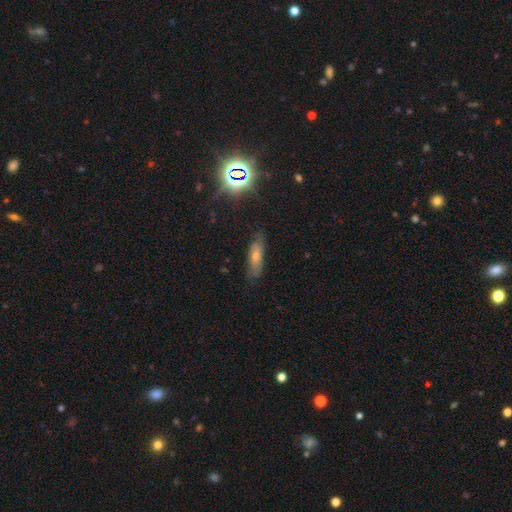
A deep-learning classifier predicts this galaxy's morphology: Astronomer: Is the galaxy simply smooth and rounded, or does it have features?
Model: smooth — 44% (runner-up: featured or disk, 32%).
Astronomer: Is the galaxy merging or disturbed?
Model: none — 76%.